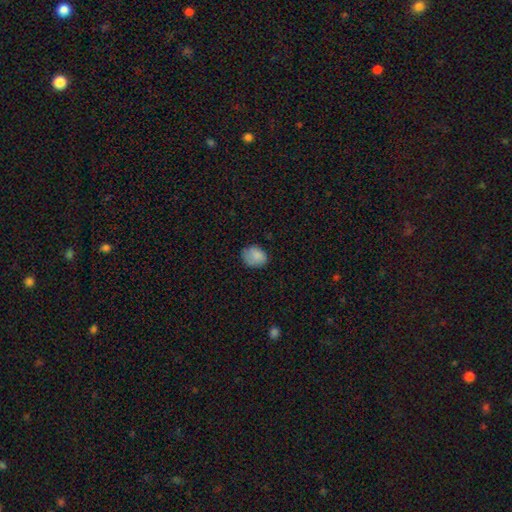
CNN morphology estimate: The model was most divided on "how rounded": in between: 53%, round: 46%, cigar-shaped: 1%. More confident: smooth or featured — smooth (83%); merging — none (68%).